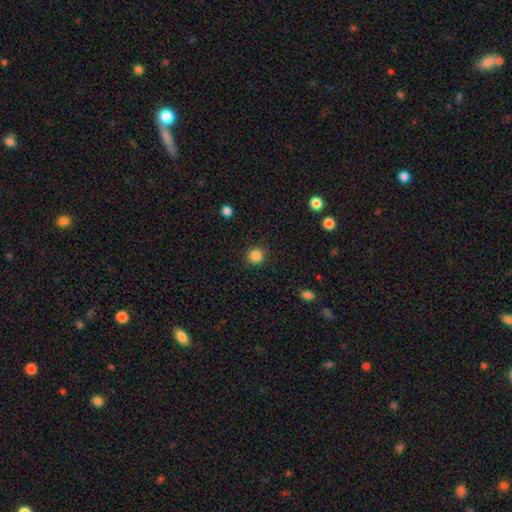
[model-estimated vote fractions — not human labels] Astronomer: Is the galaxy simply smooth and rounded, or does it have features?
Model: smooth — 86%.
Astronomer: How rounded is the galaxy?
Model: round — 92%.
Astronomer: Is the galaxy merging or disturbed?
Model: none — 90%.